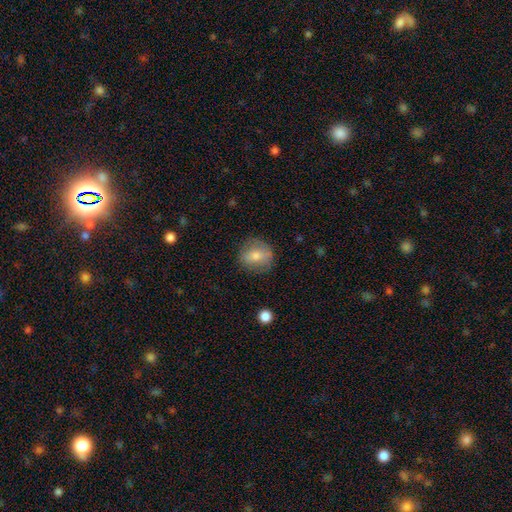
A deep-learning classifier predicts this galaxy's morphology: smooth 64%, featured or disk 28%, star or artifact 8%. Down the decision tree: how rounded — round (73%); merging — none (78%).